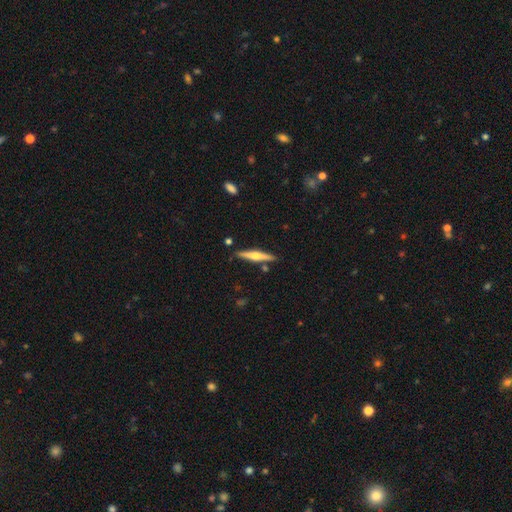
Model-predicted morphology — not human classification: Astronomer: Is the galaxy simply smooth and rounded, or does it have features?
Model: featured or disk — 65%.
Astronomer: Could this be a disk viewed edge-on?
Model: yes — 97%.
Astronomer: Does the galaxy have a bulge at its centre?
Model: rounded — 92%.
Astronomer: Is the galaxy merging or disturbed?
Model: none — 86%.